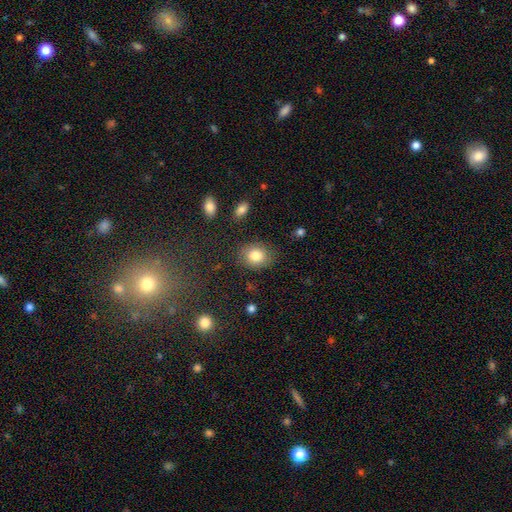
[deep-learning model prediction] A smooth galaxy with no disk features (82%) that is in between round and cigar-shaped (50%).

Vote fractions:
- Smooth or featured? smooth: 82% / featured or disk: 10% / star or artifact: 9%
- How rounded? in between: 50% / round: 49% / cigar-shaped: 1%
- Merging? none: 83% / minor disturbance: 12% / major disturbance: 3% / merger: 2%